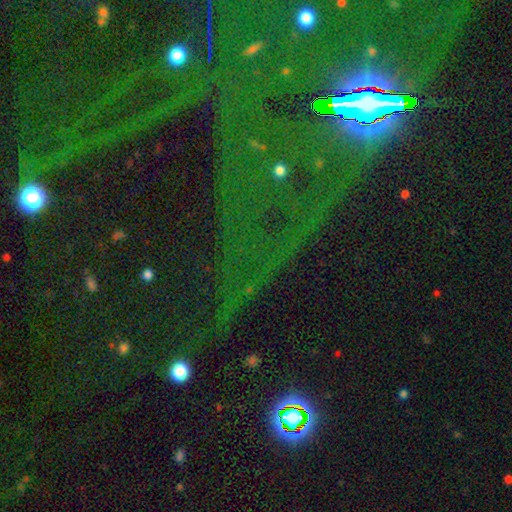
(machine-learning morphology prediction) Smooth or featured: star or artifact — 81% (smooth — 10%)